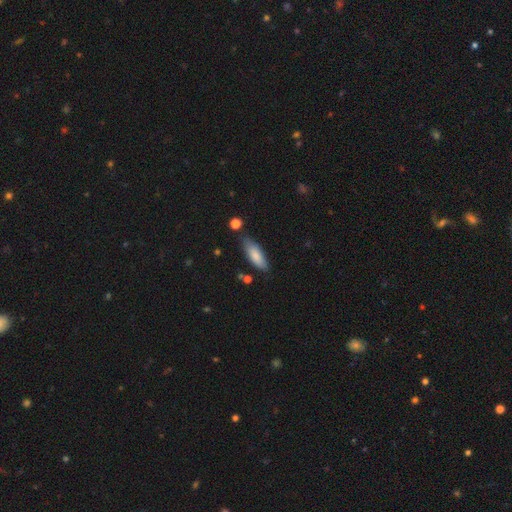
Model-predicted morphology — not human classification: smooth 82%, featured or disk 13%, star or artifact 6%. Down the decision tree: how rounded — in between (62%); merging — none (72%).